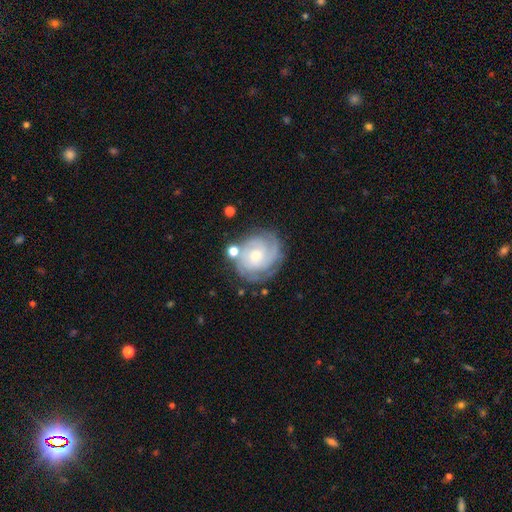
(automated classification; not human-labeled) Smooth or featured? featured or disk (82%)
Edge-on disk? no (98%)
Bar? no (66%)
Spiral arms? yes (96%)
Spiral winding? tight (72%)
Spiral arm count? 3 (30%)
Bulge size? moderate (54%)
Merging? none (73%)